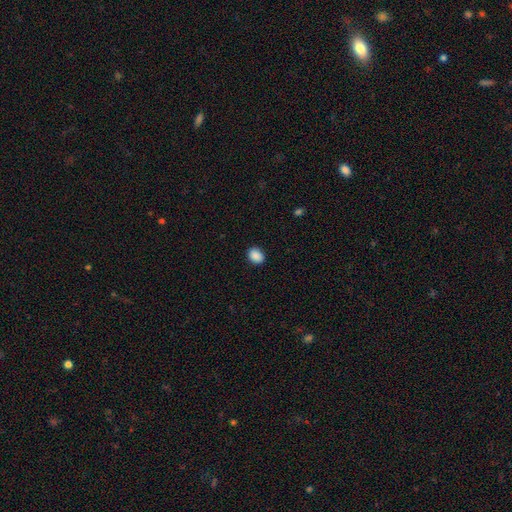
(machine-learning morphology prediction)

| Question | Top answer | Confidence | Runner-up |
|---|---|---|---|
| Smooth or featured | smooth | 89% | star or artifact (8%) |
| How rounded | in between | 60% | round (39%) |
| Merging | none | 89% | minor disturbance (8%) |